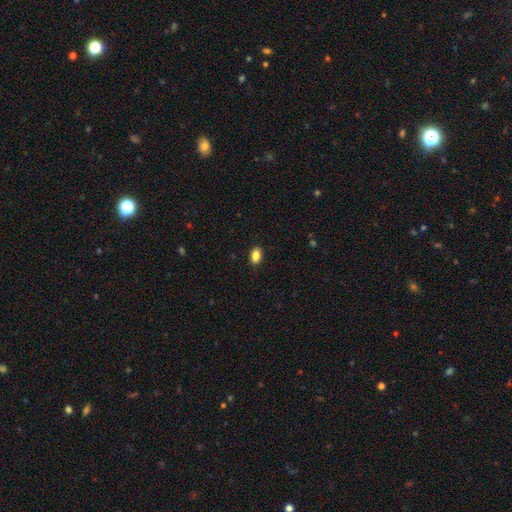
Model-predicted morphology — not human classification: Smooth or featured? smooth (85%)
How rounded? in between (88%)
Merging? none (88%)